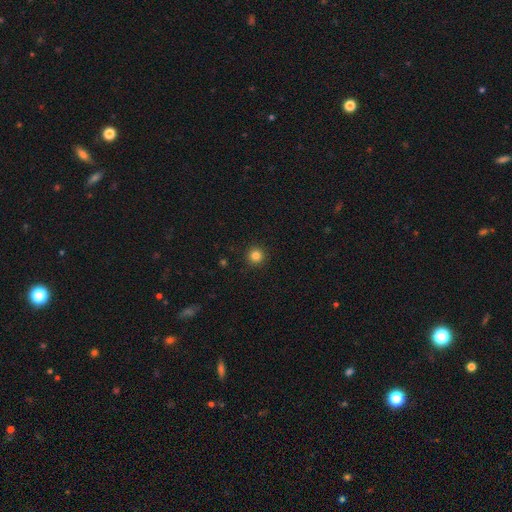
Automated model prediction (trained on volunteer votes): Morphology: type=smooth (83%); roundness=round (96%); merging=none (93%).